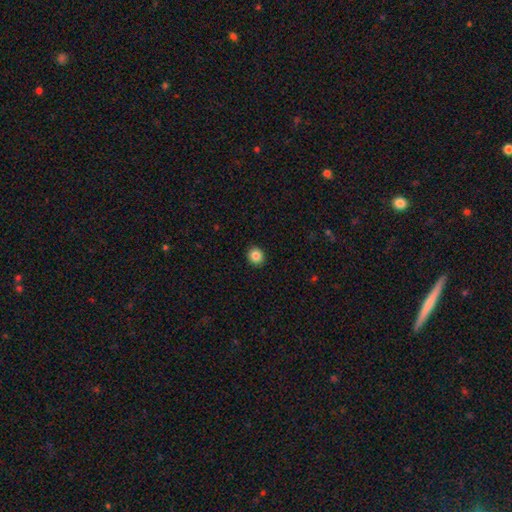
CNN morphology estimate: A smooth galaxy with no disk features (85%) that is round (85%).

Vote fractions:
- Smooth or featured? smooth: 85% / star or artifact: 10% / featured or disk: 5%
- How rounded? round: 85% / in between: 14% / cigar-shaped: 1%
- Merging? none: 92% / minor disturbance: 5% / major disturbance: 2% / merger: 1%